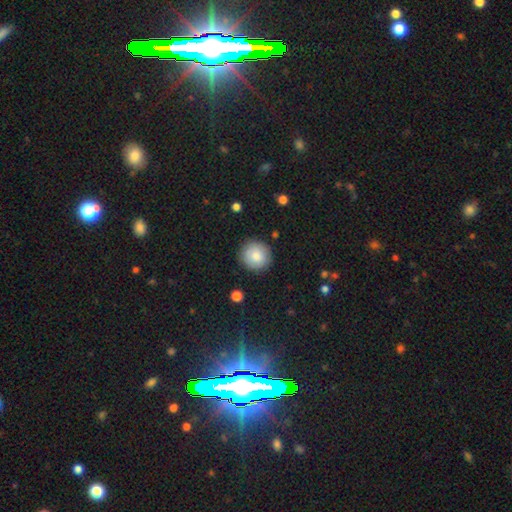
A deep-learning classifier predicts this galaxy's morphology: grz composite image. It shows a smooth galaxy with no disk features (83%) that is round (94%). Merging: none (89%).